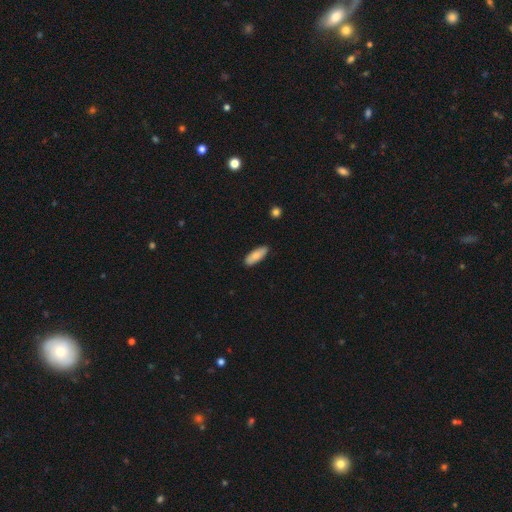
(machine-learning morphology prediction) A smooth galaxy with no disk features (83%) that is in between round and cigar-shaped (68%). Merging: none (87%).